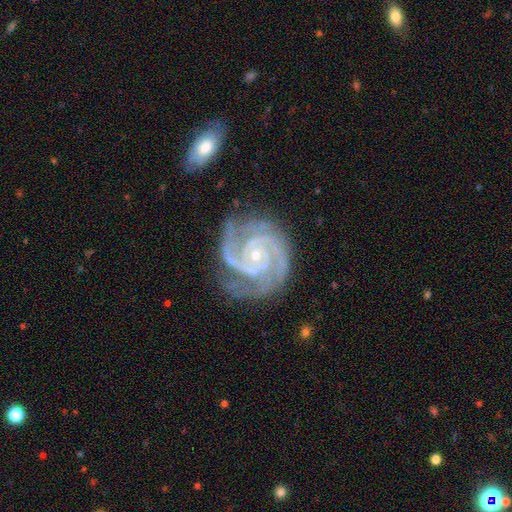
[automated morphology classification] This appears to be a featured or disk galaxy (94%) with no bar (65%), 2 (48%) tight (68%) spiral arms (99%) and a small central bulge (81%). Merging: none (71%).